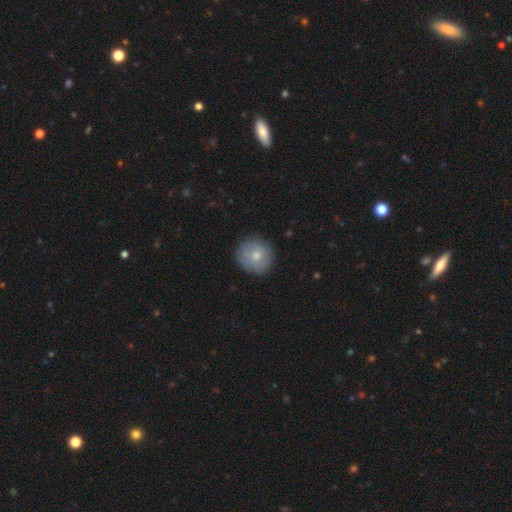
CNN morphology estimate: smooth_or_featured: smooth (p=0.76) [alt: featured or disk p=0.17]
how_rounded: round (p=0.91) [alt: in between p=0.08]
merging: none (p=0.83) [alt: minor disturbance p=0.13]